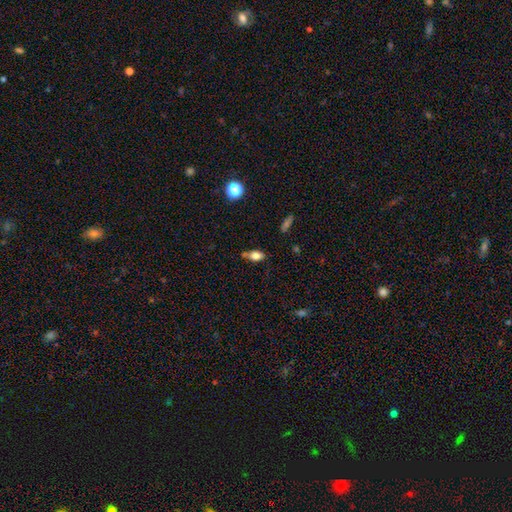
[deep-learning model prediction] Q: Smooth or featured?
A: smooth (76%); runner-up: featured or disk (14%)
Q: How rounded?
A: in between (85%); runner-up: round (8%)
Q: Merging?
A: none (59%); runner-up: minor disturbance (22%)